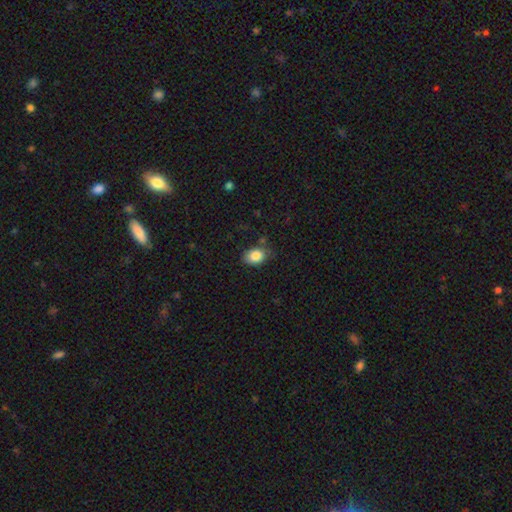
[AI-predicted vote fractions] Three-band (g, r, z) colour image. It shows a smooth galaxy with no disk features (85%) that is in between round and cigar-shaped (76%). Merging: none (74%).